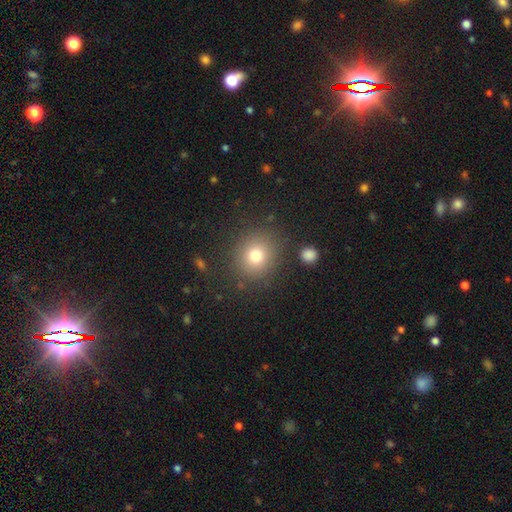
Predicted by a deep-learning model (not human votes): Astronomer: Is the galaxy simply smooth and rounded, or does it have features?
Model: smooth — 76%.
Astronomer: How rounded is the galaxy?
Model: round — 82%.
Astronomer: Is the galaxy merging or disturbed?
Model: none — 85%.